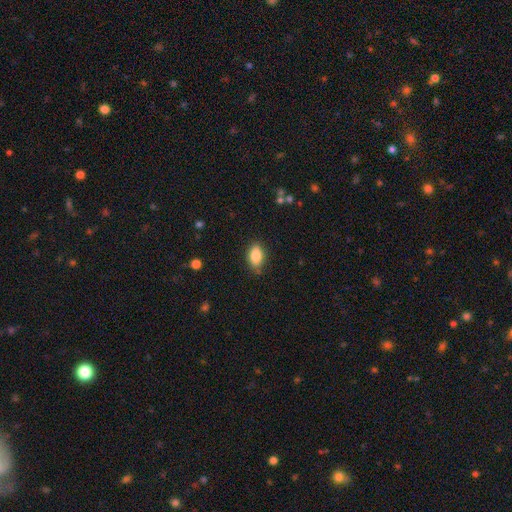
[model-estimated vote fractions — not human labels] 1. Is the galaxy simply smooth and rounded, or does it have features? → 84% smooth, 8% featured or disk, 8% star or artifact.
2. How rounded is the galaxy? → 88% in between, 8% round, 4% cigar-shaped.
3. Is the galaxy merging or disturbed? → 80% none, 16% minor disturbance, 3% major disturbance, 1% merger.